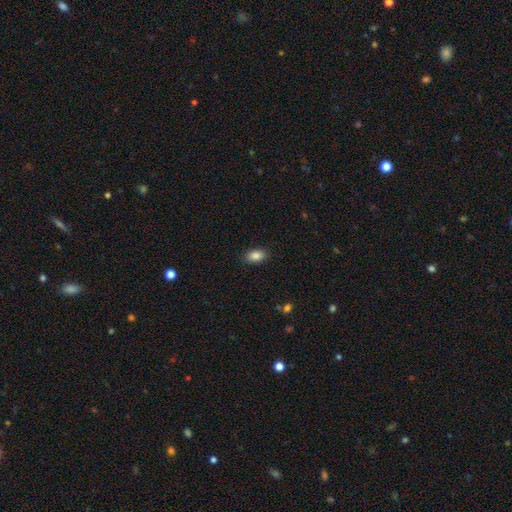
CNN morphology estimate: This appears to be a smooth galaxy with no disk features (86%) that is in between round and cigar-shaped (90%). Merging: none (87%).